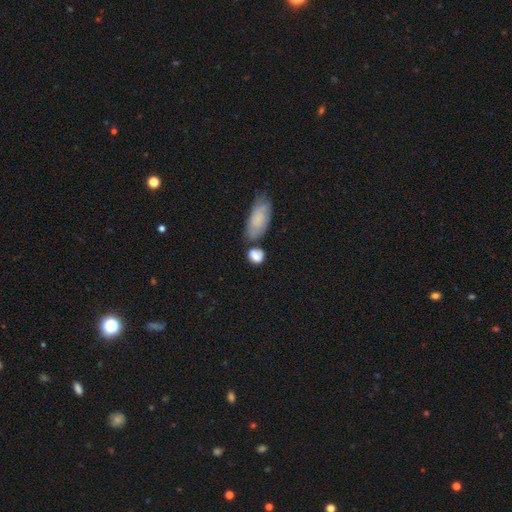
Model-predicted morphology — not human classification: Smooth or featured: smooth — 78% (featured or disk — 12%)
How rounded: in between — 66% (round — 30%)
Merging: none — 47% (merger — 25%)